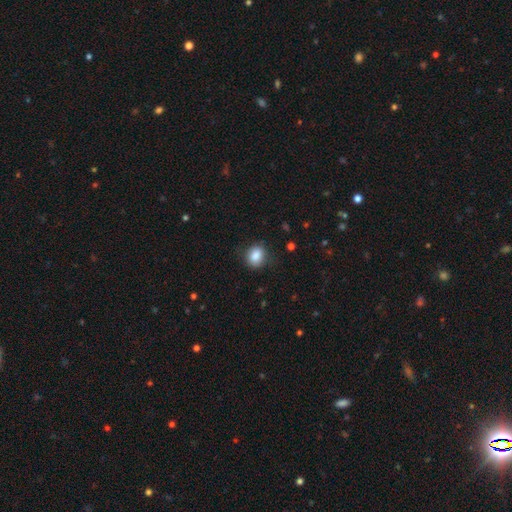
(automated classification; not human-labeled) Morphology: type=smooth (86%); roundness=round (50%); merging=none (78%).